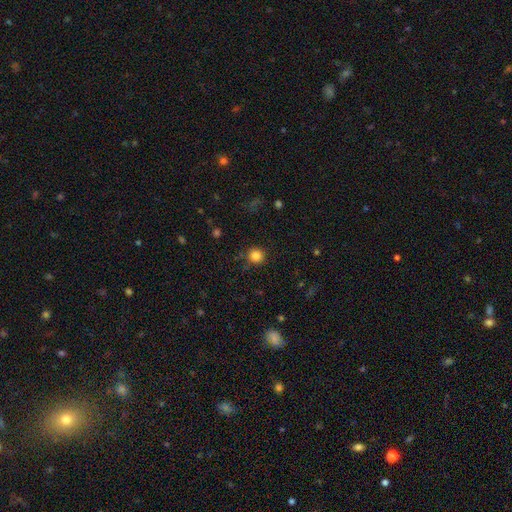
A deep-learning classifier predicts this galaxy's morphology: This is clearly a smooth galaxy (84%). How rounded: clearly round (92%). Merging: clearly none (86%).